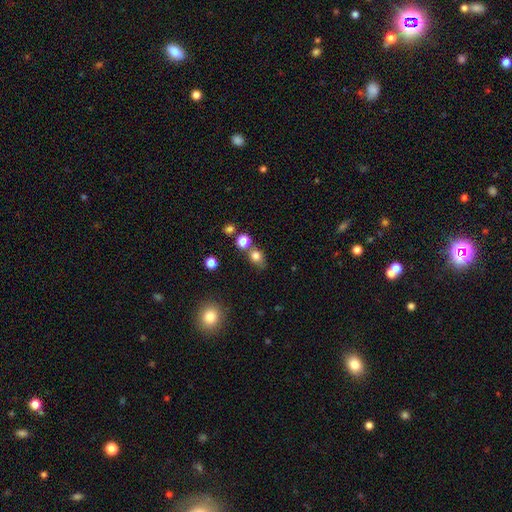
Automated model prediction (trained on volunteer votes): This appears to be a smooth galaxy with no disk features (77%) that is round (62%). Merging: none (60%).